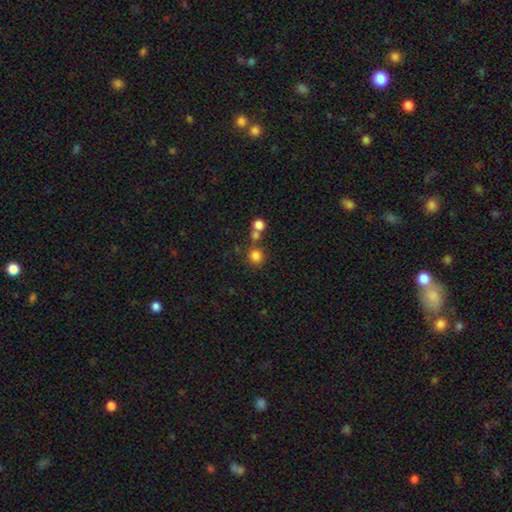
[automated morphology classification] A smooth galaxy with no disk features (81%) that is round (91%).

Vote fractions:
- Smooth or featured? smooth: 81% / star or artifact: 13% / featured or disk: 6%
- How rounded? round: 91% / in between: 8% / cigar-shaped: 1%
- Merging? none: 68% / merger: 20% / minor disturbance: 8% / major disturbance: 4%